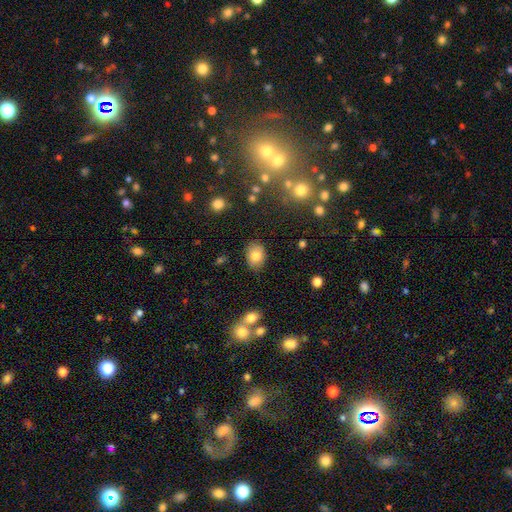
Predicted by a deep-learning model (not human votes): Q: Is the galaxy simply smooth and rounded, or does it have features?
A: smooth — 80%.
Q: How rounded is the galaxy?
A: in between — 72%.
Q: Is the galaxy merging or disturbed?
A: none — 83%.